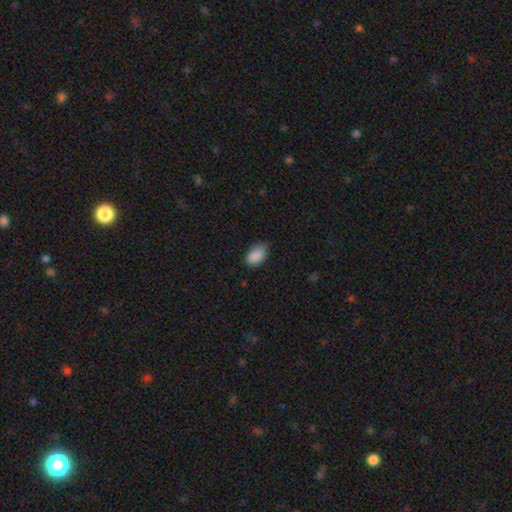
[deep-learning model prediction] Morphology: type=smooth (88%); roundness=in between (89%); merging=none (63%).